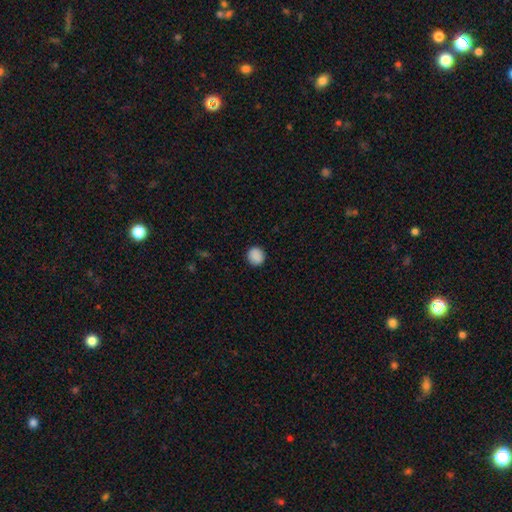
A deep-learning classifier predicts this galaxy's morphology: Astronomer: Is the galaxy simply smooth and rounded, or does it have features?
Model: smooth — 89%.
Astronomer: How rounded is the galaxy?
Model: round — 89%.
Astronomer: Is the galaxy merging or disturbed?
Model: none — 91%.